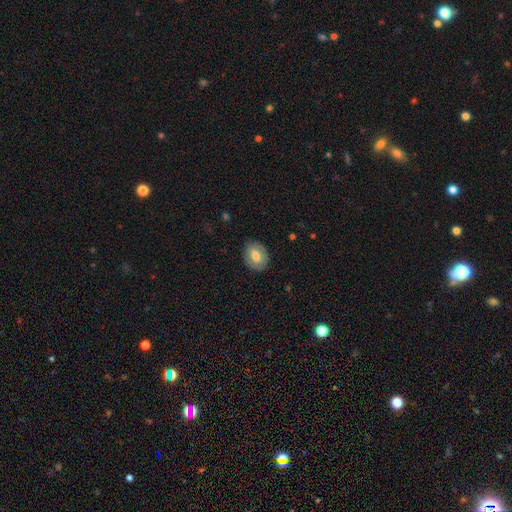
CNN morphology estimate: Overall: smooth (66%; featured or disk 27%). How rounded: in between (70%). Merging: none (83%).